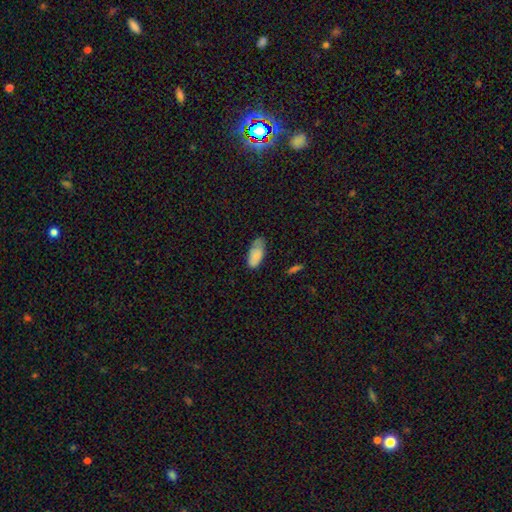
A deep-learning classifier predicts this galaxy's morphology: This is clearly a smooth galaxy (82%). How rounded: clearly in between (90%). Merging: possibly none (49%).